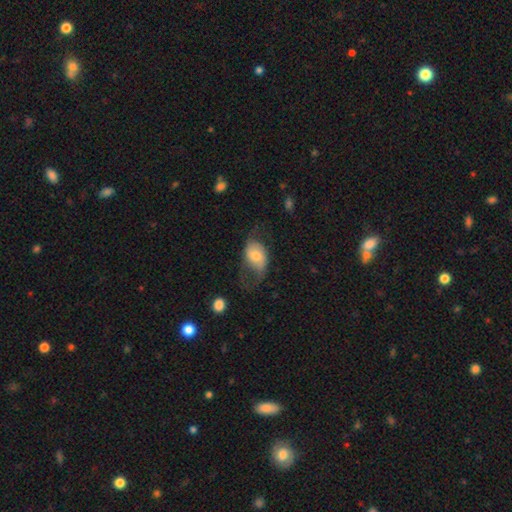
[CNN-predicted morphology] Smooth or featured? smooth (50%)
Merging? none (37%)